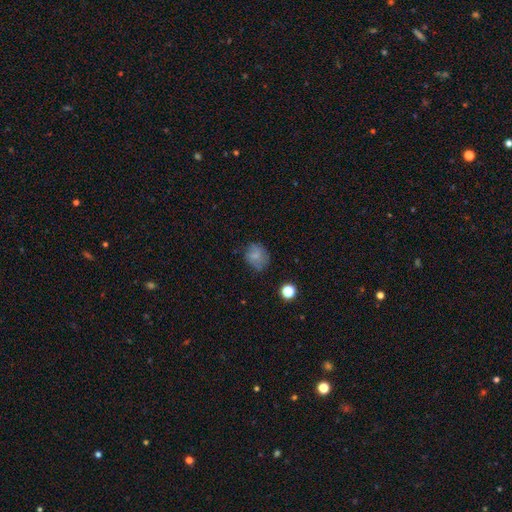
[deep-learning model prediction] Overall: smooth (66%). How rounded: round (64%; in between 35%). Merging: none (68%).